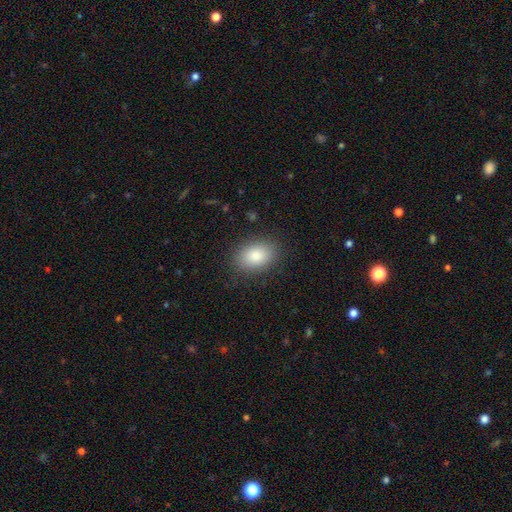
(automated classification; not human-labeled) Q: Smooth or featured?
A: smooth (86%); runner-up: star or artifact (8%)
Q: How rounded?
A: in between (82%); runner-up: round (17%)
Q: Merging?
A: none (86%); runner-up: minor disturbance (10%)